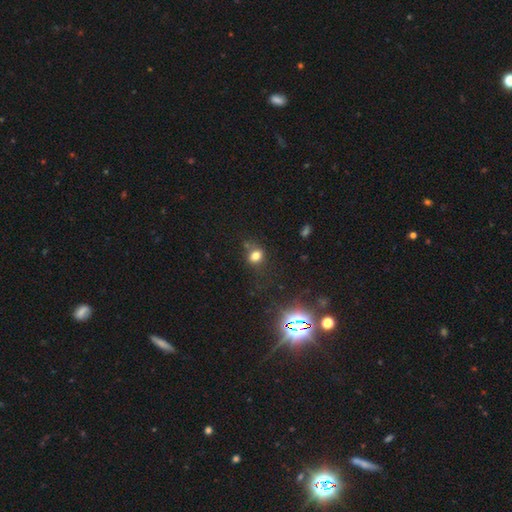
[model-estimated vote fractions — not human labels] Overall: smooth (74%). How rounded: round (58%; in between 41%). Merging: none (63%).